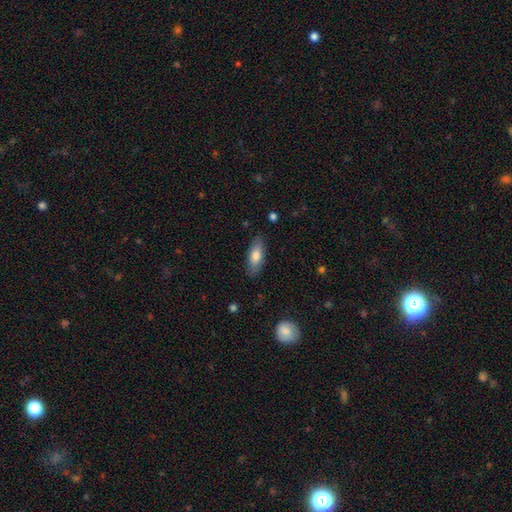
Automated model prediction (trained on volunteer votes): Q: Smooth or featured?
A: smooth (77%); runner-up: featured or disk (17%)
Q: How rounded?
A: in between (74%); runner-up: cigar-shaped (24%)
Q: Merging?
A: none (84%); runner-up: minor disturbance (12%)